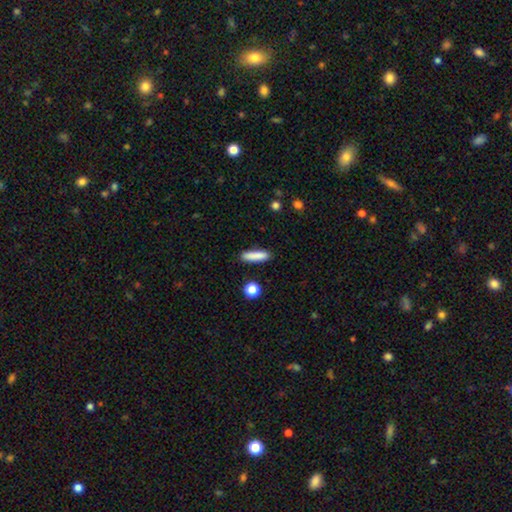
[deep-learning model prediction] Smooth or featured? Predicted: smooth (p=0.85). How rounded? Predicted: cigar-shaped (p=0.76). Merging? Predicted: none (p=0.86).